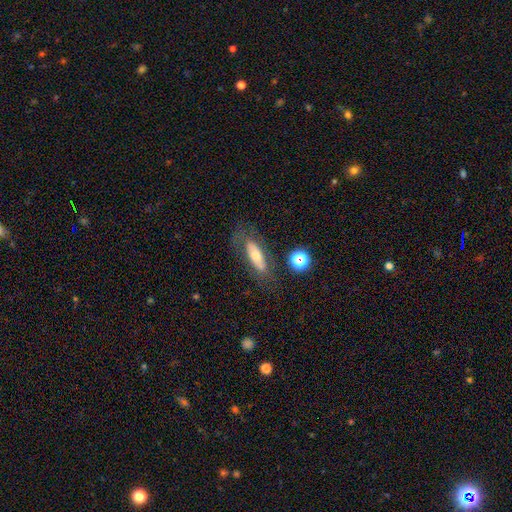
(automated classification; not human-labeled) Q: Smooth or featured?
A: smooth (46%); runner-up: featured or disk (45%)
Q: Merging?
A: none (66%); runner-up: minor disturbance (18%)